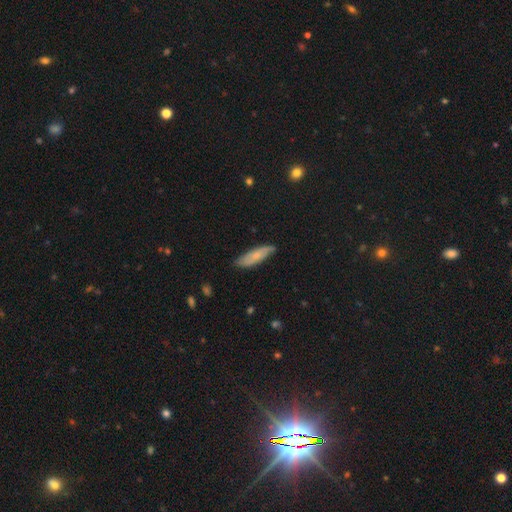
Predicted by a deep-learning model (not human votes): Smooth or featured? Predicted: smooth (p=0.60). How rounded? Predicted: cigar-shaped (p=0.51). Merging? Predicted: none (p=0.75).